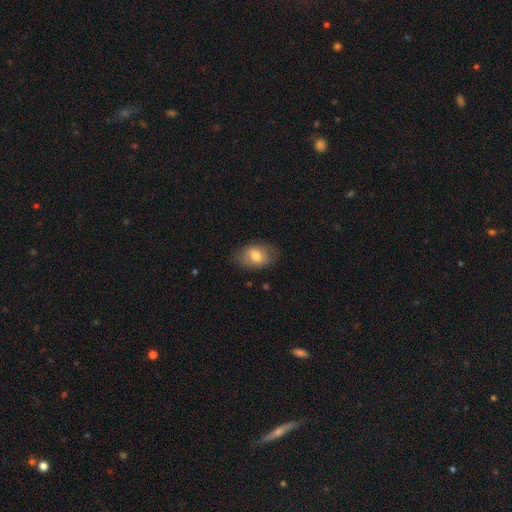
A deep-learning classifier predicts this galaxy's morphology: A smooth galaxy with no disk features (67%) that is in between round and cigar-shaped (84%).

Vote fractions:
- Smooth or featured? smooth: 67% / featured or disk: 25% / star or artifact: 7%
- How rounded? in between: 84% / round: 14% / cigar-shaped: 1%
- Merging? none: 77% / minor disturbance: 17% / major disturbance: 5% / merger: 1%